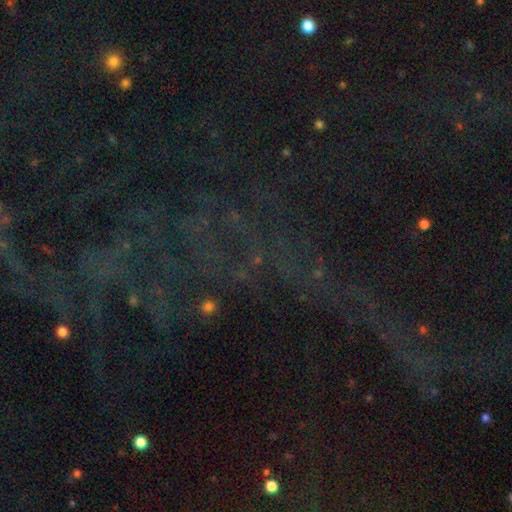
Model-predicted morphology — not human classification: Smooth or featured? star or artifact (74%)